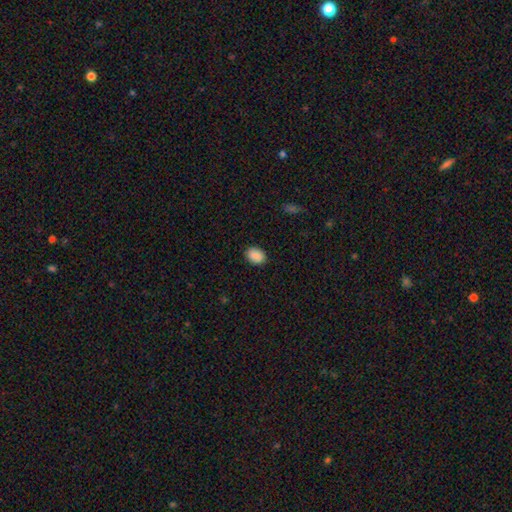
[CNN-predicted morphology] Smooth or featured: smooth — 89% (star or artifact — 8%)
How rounded: in between — 71% (round — 28%)
Merging: none — 88% (minor disturbance — 9%)